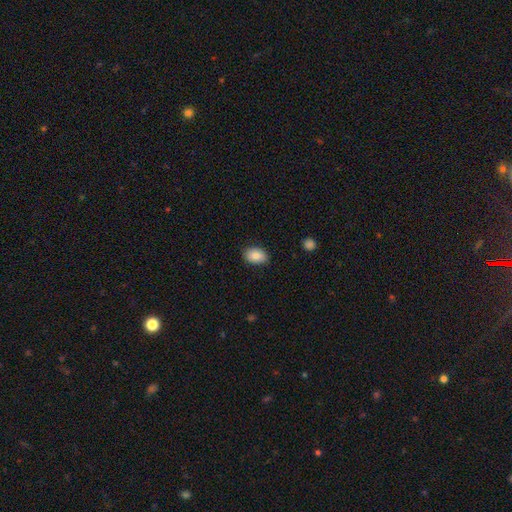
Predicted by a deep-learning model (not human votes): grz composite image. It shows a smooth galaxy with no disk features (83%) that is in between round and cigar-shaped (84%). Merging: none (85%).